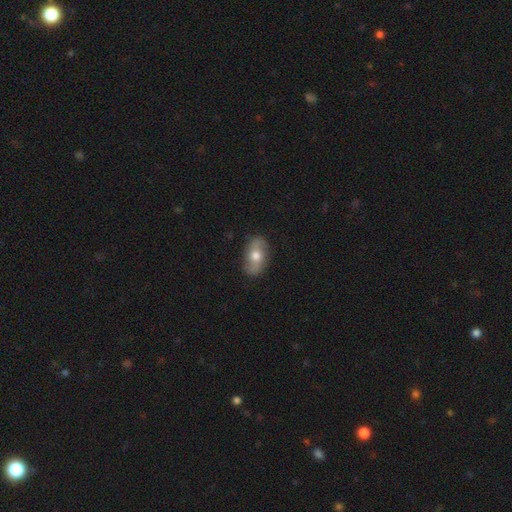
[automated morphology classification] smooth_or_featured: featured or disk (p=0.48) [alt: smooth p=0.45]
merging: none (p=0.83) [alt: minor disturbance p=0.13]